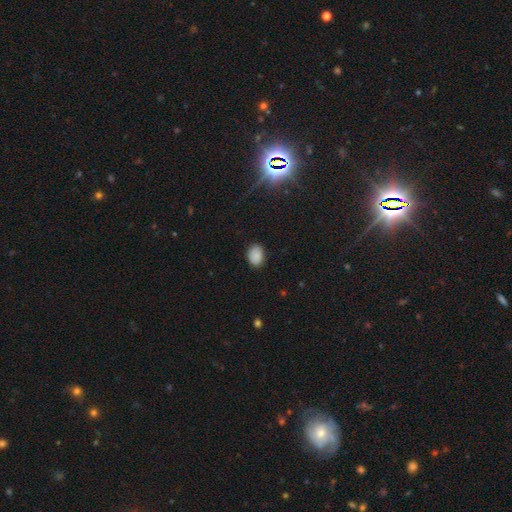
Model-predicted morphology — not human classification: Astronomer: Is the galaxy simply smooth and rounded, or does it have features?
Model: smooth — 88%.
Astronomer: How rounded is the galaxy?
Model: in between — 71%.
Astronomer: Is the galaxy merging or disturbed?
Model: none — 86%.